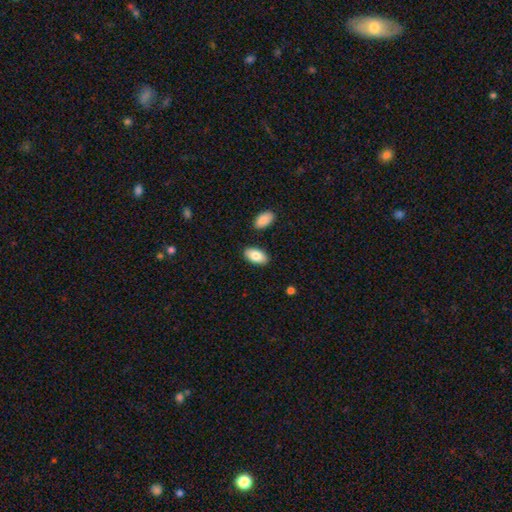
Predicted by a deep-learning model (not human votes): A smooth galaxy with no disk features (84%) that is in between round and cigar-shaped (95%). Merging: none (86%).